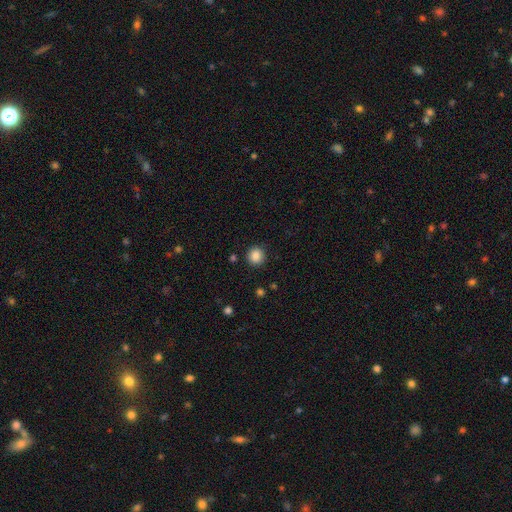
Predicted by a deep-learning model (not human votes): A smooth galaxy with no disk features (87%) that is round (92%).

Vote fractions:
- Smooth or featured? smooth: 87% / star or artifact: 10% / featured or disk: 3%
- How rounded? round: 92% / in between: 7% / cigar-shaped: 1%
- Merging? none: 90% / minor disturbance: 6% / major disturbance: 2% / merger: 1%